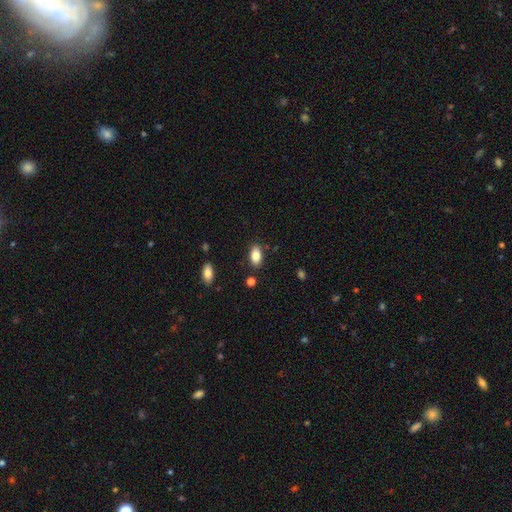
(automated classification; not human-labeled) smooth 84%, featured or disk 8%, star or artifact 8%. Down the decision tree: how rounded — in between (91%); merging — none (83%).